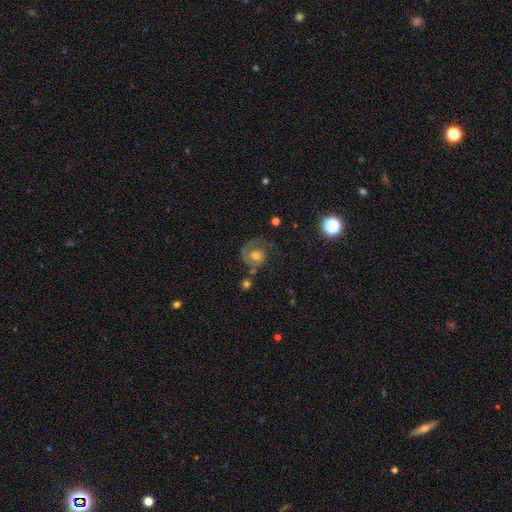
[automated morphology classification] Smooth or featured? Predicted: featured or disk (p=0.68). Edge-on disk? Predicted: no (p=0.98). Bar? Predicted: no (p=0.73). Spiral arms? Predicted: yes (p=0.87). Spiral winding? Predicted: tight (p=0.46). Spiral arm count? Predicted: 1 (p=0.61). Bulge size? Predicted: moderate (p=0.63). Merging? Predicted: none (p=0.51).